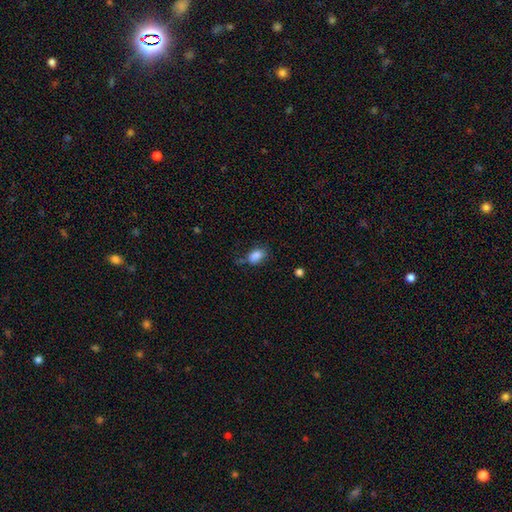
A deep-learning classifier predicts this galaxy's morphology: Overall: smooth (86%). How rounded: in between (85%). Merging: none (62%; minor disturbance 24%).